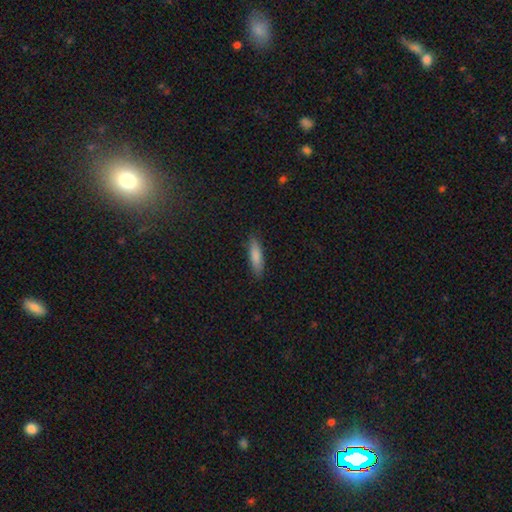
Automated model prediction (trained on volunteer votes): This is clearly a smooth galaxy (84%). How rounded: likely cigar-shaped (64%). Merging: clearly none (87%).